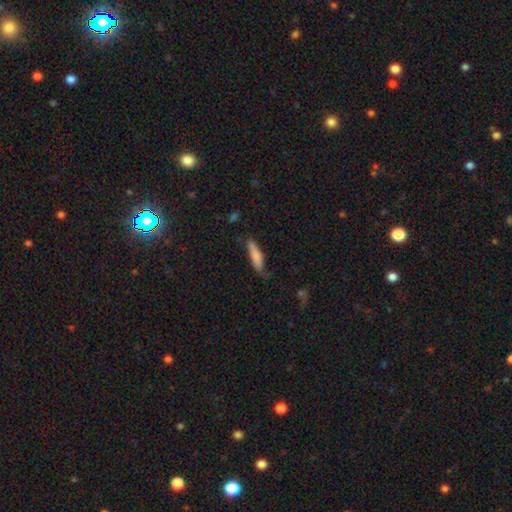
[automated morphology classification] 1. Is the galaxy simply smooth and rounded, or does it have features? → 79% smooth, 15% featured or disk, 6% star or artifact.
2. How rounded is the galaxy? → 72% cigar-shaped, 27% in between, 2% round.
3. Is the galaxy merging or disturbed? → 67% none, 25% minor disturbance, 6% major disturbance, 3% merger.